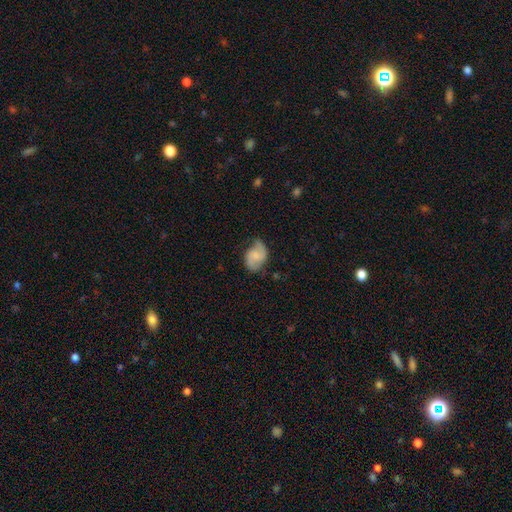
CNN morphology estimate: Smooth or featured: featured or disk — 63% (smooth — 29%)
Edge-on disk: no — 98% (yes — 2%)
Bar: weak — 45% (no — 44%)
Spiral arms: yes — 93% (no — 7%)
Spiral winding: medium — 45% (loose — 39%)
Spiral arm count: 2 — 88% (can't tell — 5%)
Bulge size: none — 45% (small — 29%)
Merging: none — 66% (minor disturbance — 24%)